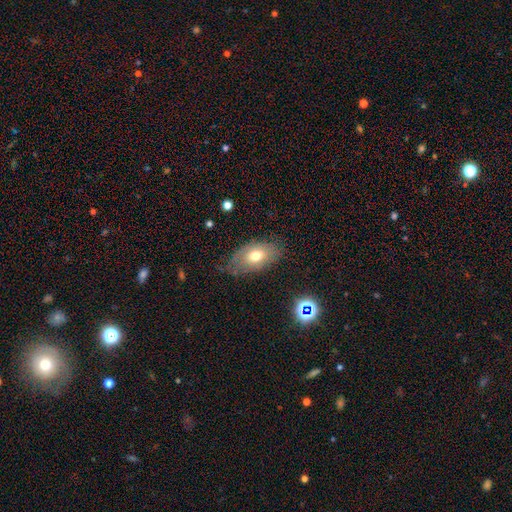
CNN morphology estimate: A smooth galaxy with no disk features (65%) that is in between round and cigar-shaped (91%).

Vote fractions:
- Smooth or featured? smooth: 65% / featured or disk: 25% / star or artifact: 9%
- How rounded? in between: 91% / round: 7% / cigar-shaped: 3%
- Merging? none: 67% / minor disturbance: 24% / major disturbance: 7% / merger: 2%